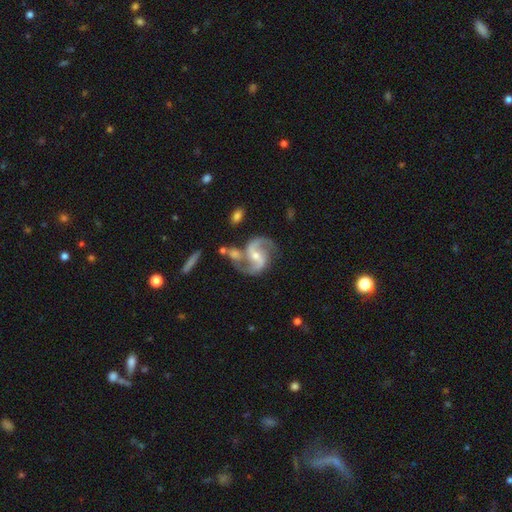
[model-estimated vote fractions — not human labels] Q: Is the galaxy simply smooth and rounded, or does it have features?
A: featured or disk — 91%.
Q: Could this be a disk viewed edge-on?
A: no — 98%.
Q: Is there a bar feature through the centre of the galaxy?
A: weak — 41%.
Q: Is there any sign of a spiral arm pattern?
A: yes — 98%.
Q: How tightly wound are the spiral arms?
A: medium — 56%.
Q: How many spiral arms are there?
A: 2 — 93%.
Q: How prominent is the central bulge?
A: small — 51%.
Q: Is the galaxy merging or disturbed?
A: none — 62%.